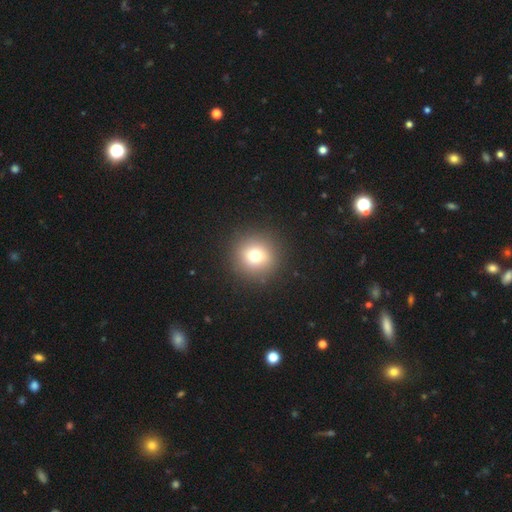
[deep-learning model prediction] Smooth or featured: smooth — 74% (star or artifact — 15%)
How rounded: round — 94% (in between — 5%)
Merging: none — 91% (minor disturbance — 5%)